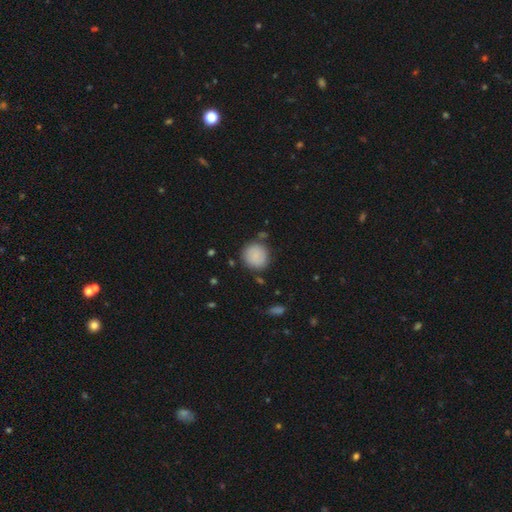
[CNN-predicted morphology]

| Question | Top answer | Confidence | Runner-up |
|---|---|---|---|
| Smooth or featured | smooth | 86% | star or artifact (7%) |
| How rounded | round | 88% | in between (11%) |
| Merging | none | 80% | minor disturbance (12%) |